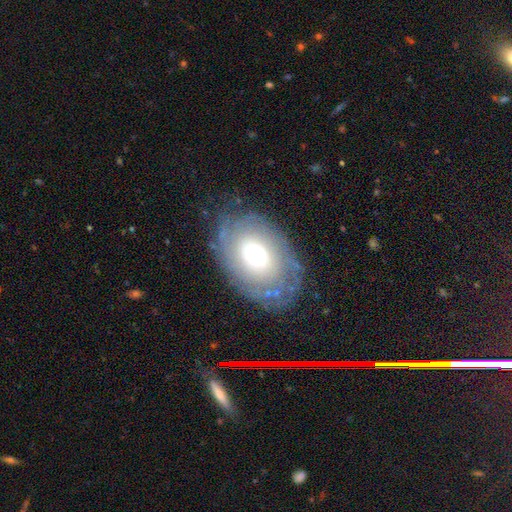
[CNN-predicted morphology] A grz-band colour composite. It shows a featured or disk galaxy (51%). Merging: none (70%).